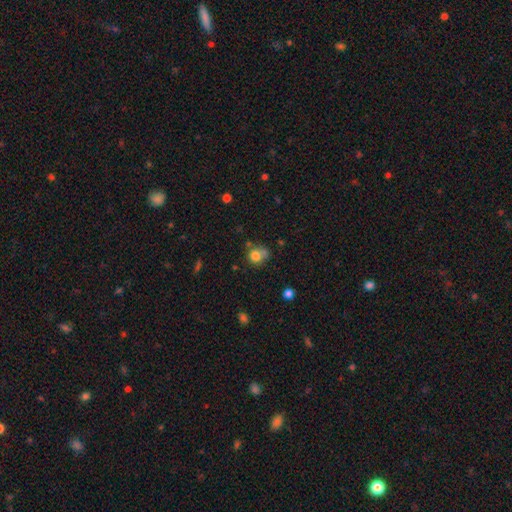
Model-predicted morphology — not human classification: Smooth or featured? Predicted: smooth (p=0.77). How rounded? Predicted: round (p=0.75). Merging? Predicted: none (p=0.48).